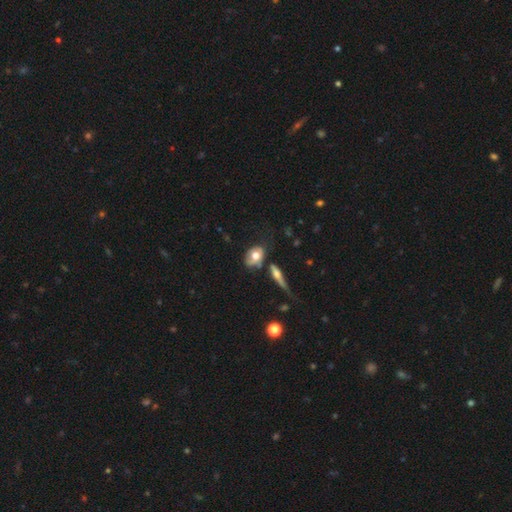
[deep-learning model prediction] smooth-or-featured: smooth: 57% | featured or disk: 35% | star or artifact: 8%
  how-rounded: in between: 71% | round: 25% | cigar-shaped: 3%
  merging: none: 41% | minor disturbance: 23% | merger: 21% | major disturbance: 15%